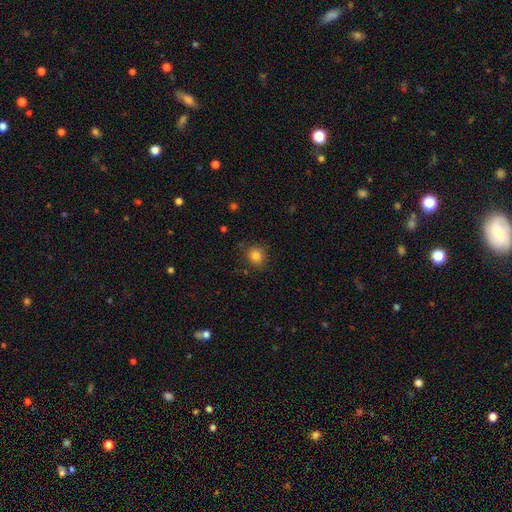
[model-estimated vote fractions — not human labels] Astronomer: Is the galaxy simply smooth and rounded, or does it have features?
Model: smooth — 83%.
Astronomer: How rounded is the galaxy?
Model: round — 79%.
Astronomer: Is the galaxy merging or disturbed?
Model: none — 84%.